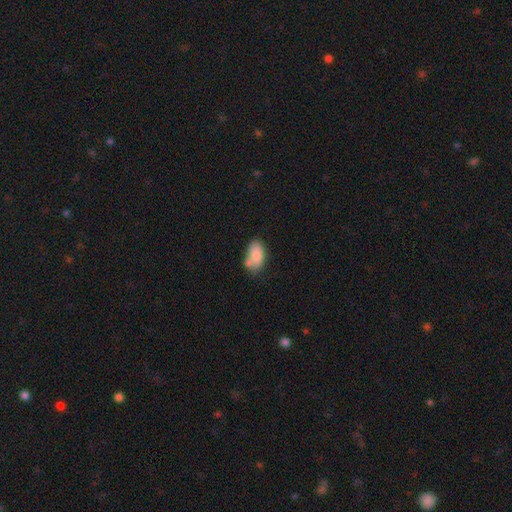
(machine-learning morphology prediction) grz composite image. It shows a smooth galaxy with no disk features (80%) that is in between round and cigar-shaped (91%). Merging: none (49%).